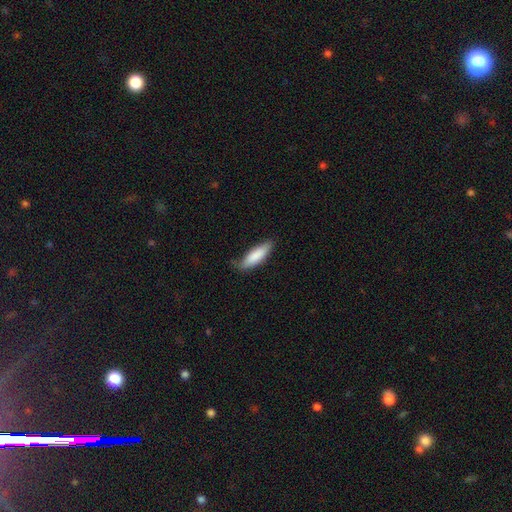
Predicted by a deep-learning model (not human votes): smooth 86%, featured or disk 9%, star or artifact 5%. Down the decision tree: how rounded — cigar-shaped (52%); merging — none (73%).